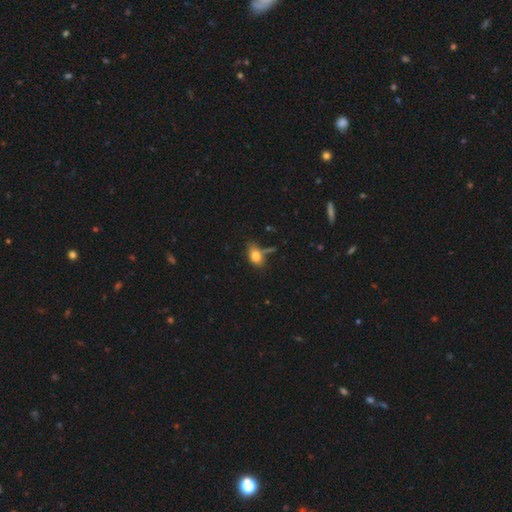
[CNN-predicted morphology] This appears to be a smooth galaxy with no disk features (77%) that is in between round and cigar-shaped (83%). Merging: none (52%).